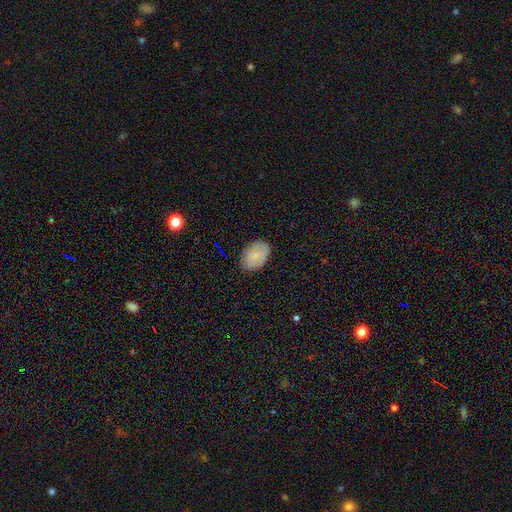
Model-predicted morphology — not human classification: type=smooth (79%); roundness=in between (85%); merging=none (83%).